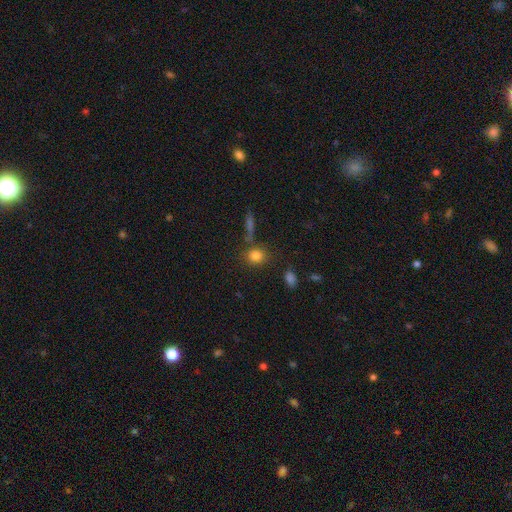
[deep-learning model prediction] Morphology: type=smooth (82%); roundness=round (74%); merging=none (75%).